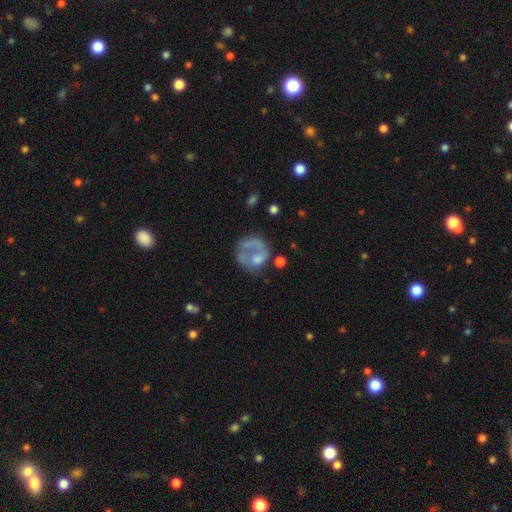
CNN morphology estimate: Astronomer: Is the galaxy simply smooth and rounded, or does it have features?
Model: featured or disk — 47% (runner-up: smooth, 42%).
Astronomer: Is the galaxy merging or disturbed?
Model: major disturbance — 38% (runner-up: none, 35%).